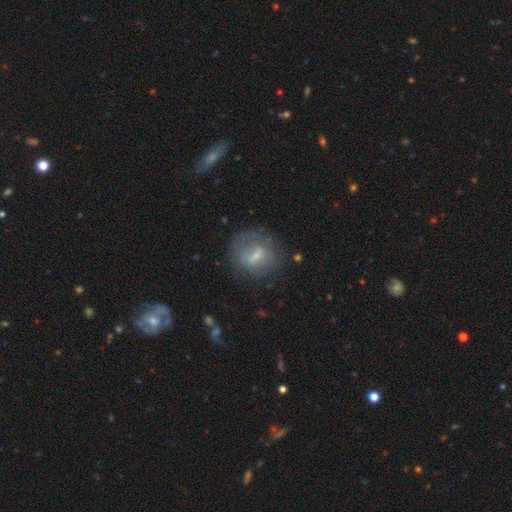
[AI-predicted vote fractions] Overall: smooth (49%; featured or disk 40%). Merging: none (66%).